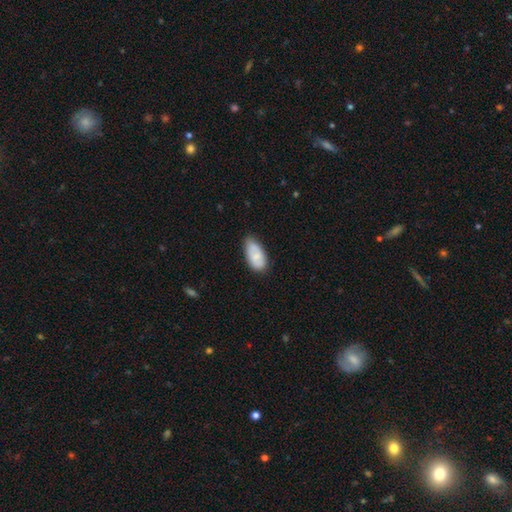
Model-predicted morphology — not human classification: Smooth or featured: smooth — 71% (featured or disk — 23%)
How rounded: in between — 94% (cigar-shaped — 3%)
Merging: none — 66% (minor disturbance — 28%)